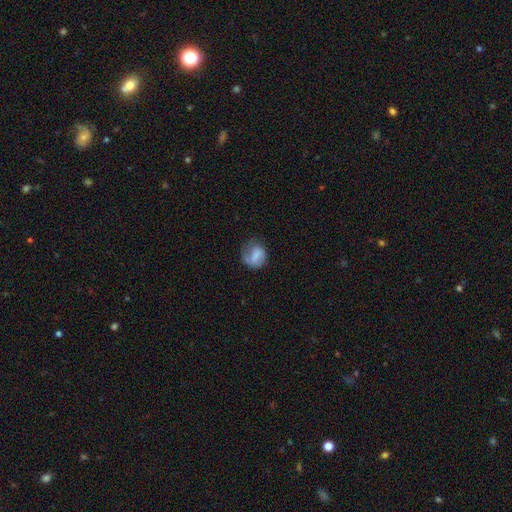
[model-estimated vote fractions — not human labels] The model was most divided on "merging": none: 50%, minor disturbance: 28%, major disturbance: 20%, merger: 2%. More confident: how rounded — round (70%); smooth or featured — smooth (63%).